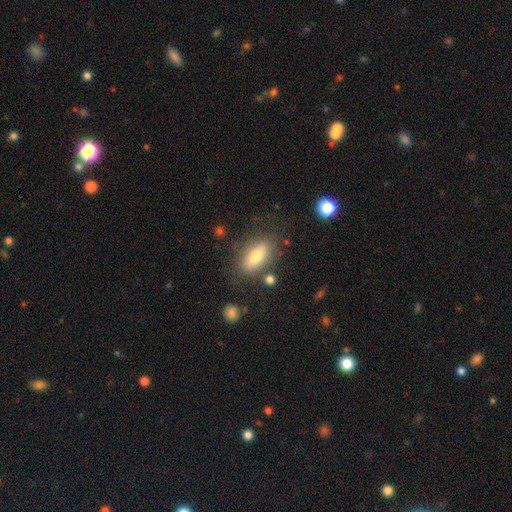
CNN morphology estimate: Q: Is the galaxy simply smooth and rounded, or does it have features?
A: smooth — 68%.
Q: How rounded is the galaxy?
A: in between — 82%.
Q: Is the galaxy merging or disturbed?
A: none — 73%.